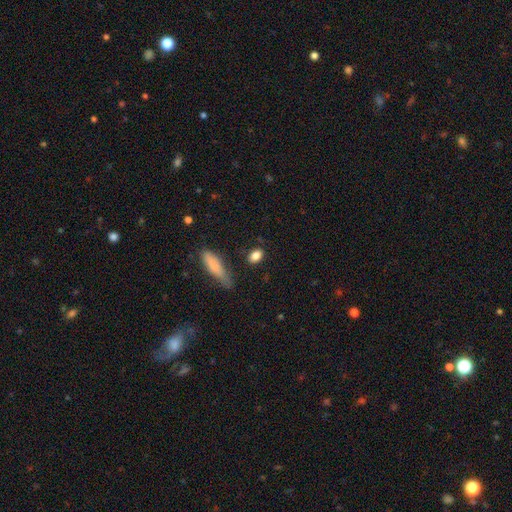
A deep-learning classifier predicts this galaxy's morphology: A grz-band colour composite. It shows a smooth galaxy with no disk features (84%) that is in between round and cigar-shaped (75%). Merging: none (80%).